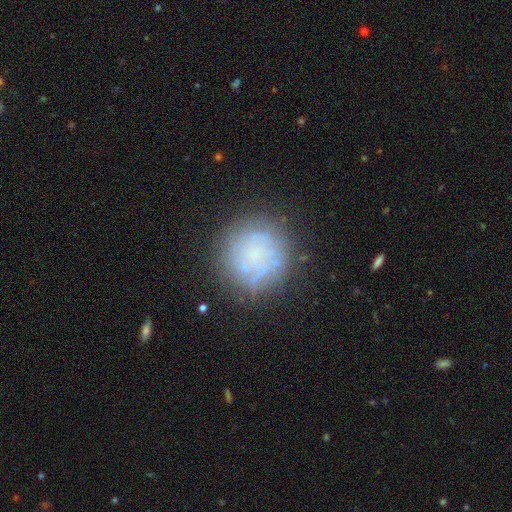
This appears to be a featured or disk galaxy (53%) with no bar (89%), no spiral arms (61%) and no central bulge (72%). Merging: none (63%).